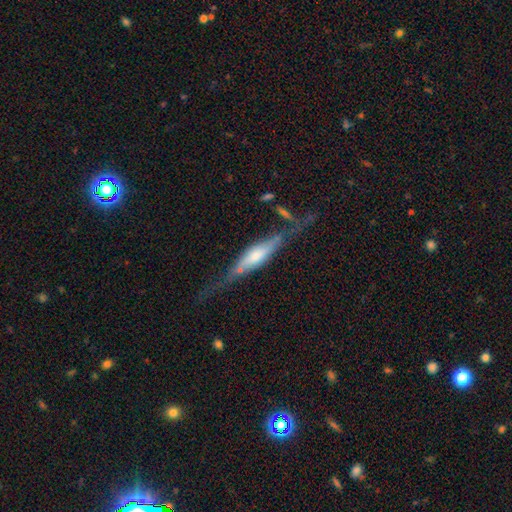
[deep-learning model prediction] The model was most divided on "merging": none: 50%, minor disturbance: 24%, major disturbance: 18%, merger: 8%. More confident: edge-on disk — yes (84%); smooth or featured — featured or disk (62%); edge-on bulge — rounded (60%).